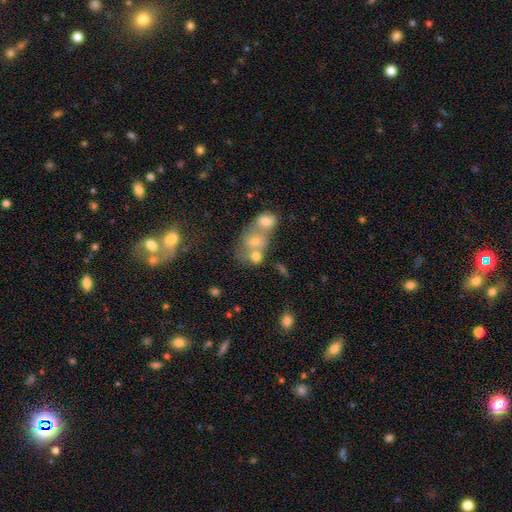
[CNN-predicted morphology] smooth_or_featured: smooth (p=0.40) [alt: featured or disk p=0.31]
merging: merger (p=0.49) [alt: none p=0.33]